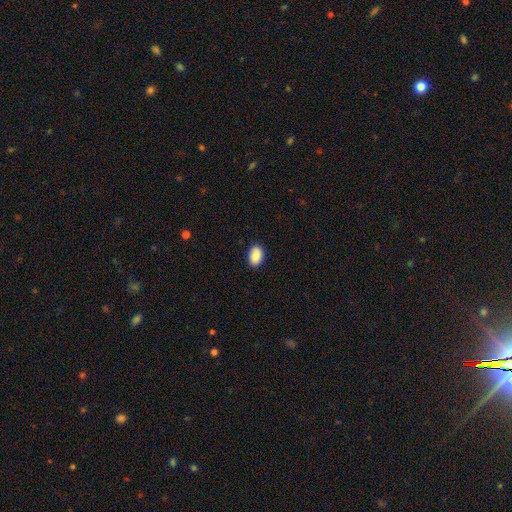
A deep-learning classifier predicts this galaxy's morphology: This appears to be a smooth galaxy with no disk features (89%) that is in between round and cigar-shaped (87%). Merging: none (87%).